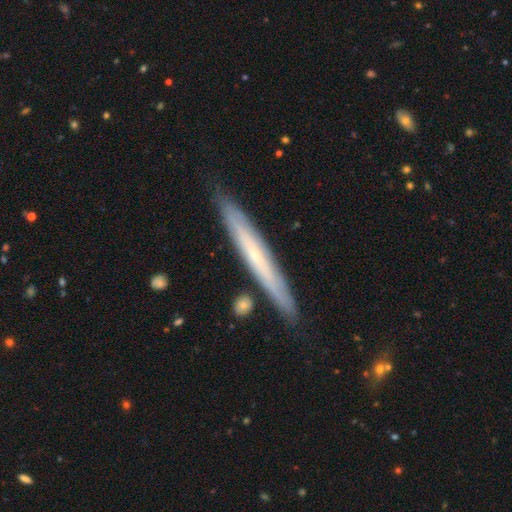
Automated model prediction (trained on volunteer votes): smooth-or-featured: featured or disk: 59% | smooth: 35% | star or artifact: 7%
  disk-edge-on: yes: 87% | no: 13%
    edge-on-bulge: none: 65% | rounded: 31% | boxy: 3%
  merging: none: 86% | minor disturbance: 10% | merger: 3% | major disturbance: 2%